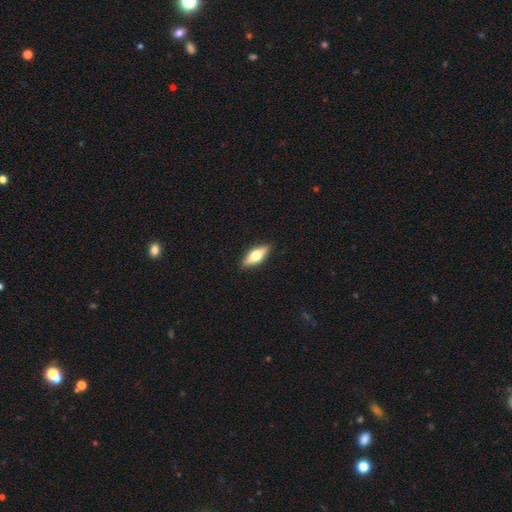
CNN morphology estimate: smooth-or-featured: smooth: 49% | featured or disk: 45% | star or artifact: 6%
  merging: none: 89% | minor disturbance: 8% | major disturbance: 2% | merger: 1%